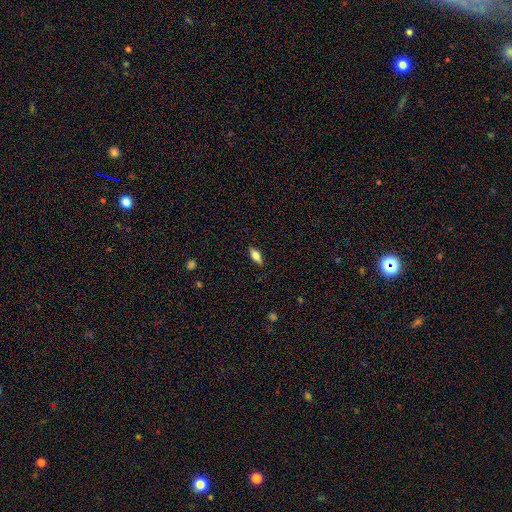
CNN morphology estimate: Smooth or featured: smooth — 73% (featured or disk — 20%)
How rounded: in between — 77% (cigar-shaped — 20%)
Merging: none — 86% (minor disturbance — 11%)